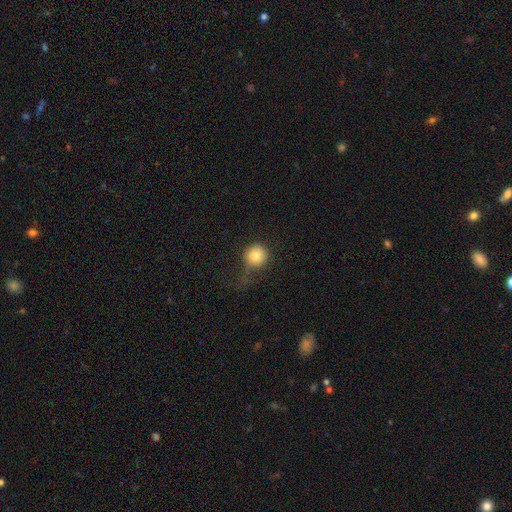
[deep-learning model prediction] smooth_or_featured: smooth (p=0.79) [alt: star or artifact p=0.11]
how_rounded: round (p=0.93) [alt: in between p=0.06]
merging: none (p=0.46) [alt: minor disturbance p=0.27]